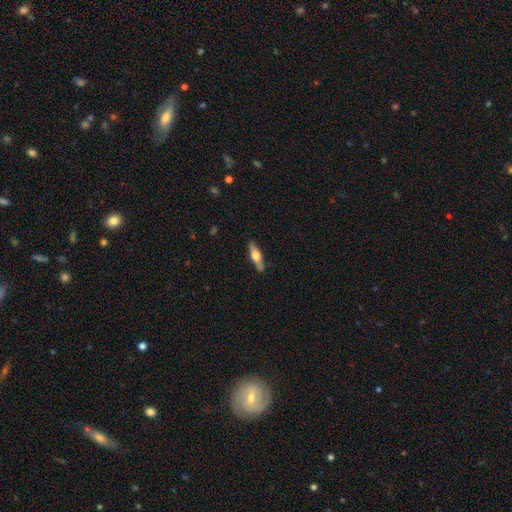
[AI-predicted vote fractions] smooth-or-featured: featured or disk: 54% | smooth: 41% | star or artifact: 6%
  disk-edge-on: yes: 92% | no: 8%
  merging: none: 86% | minor disturbance: 11% | major disturbance: 2% | merger: 2%